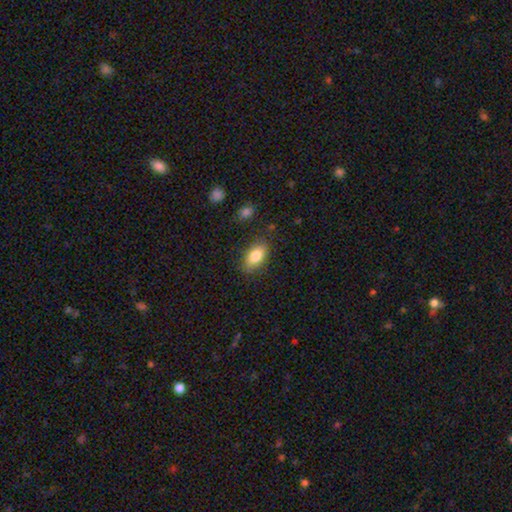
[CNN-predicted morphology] Smooth or featured? smooth (83%)
How rounded? in between (90%)
Merging? none (82%)